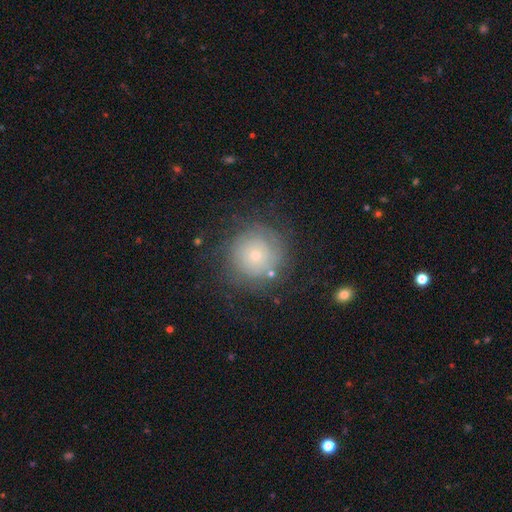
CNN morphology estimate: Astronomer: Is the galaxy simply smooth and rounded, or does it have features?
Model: featured or disk — 52% (runner-up: smooth, 37%).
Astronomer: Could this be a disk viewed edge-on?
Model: no — 97%.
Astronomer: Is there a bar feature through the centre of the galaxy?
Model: no — 86%.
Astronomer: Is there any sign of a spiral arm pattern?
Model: yes — 76%.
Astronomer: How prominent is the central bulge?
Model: small — 68%.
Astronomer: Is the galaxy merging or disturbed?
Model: none — 76%.